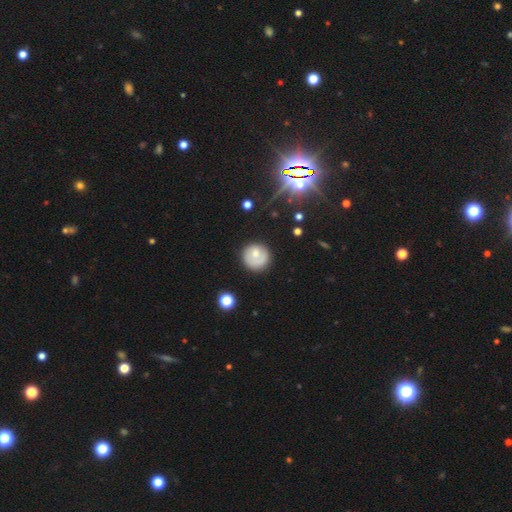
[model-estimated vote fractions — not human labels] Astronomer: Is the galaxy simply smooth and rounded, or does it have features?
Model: smooth — 65%.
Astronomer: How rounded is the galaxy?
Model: round — 93%.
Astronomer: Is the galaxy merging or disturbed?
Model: none — 78%.